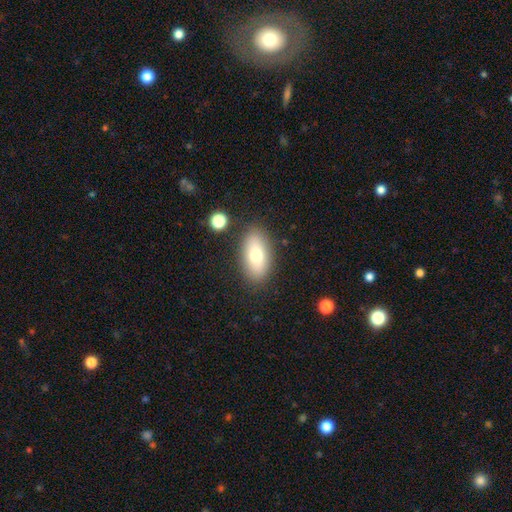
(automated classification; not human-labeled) Q: Smooth or featured?
A: smooth (72%); runner-up: featured or disk (20%)
Q: How rounded?
A: in between (89%); runner-up: cigar-shaped (6%)
Q: Merging?
A: none (84%); runner-up: minor disturbance (10%)